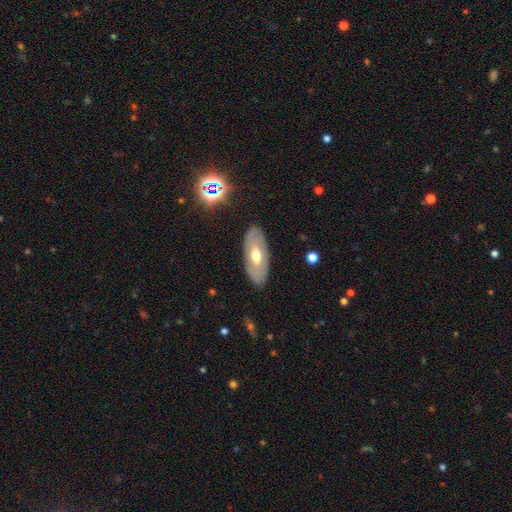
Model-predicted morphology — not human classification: Smooth or featured: featured or disk — 55% (smooth — 38%)
Edge-on disk: no — 82% (yes — 18%)
Merging: none — 85% (minor disturbance — 11%)